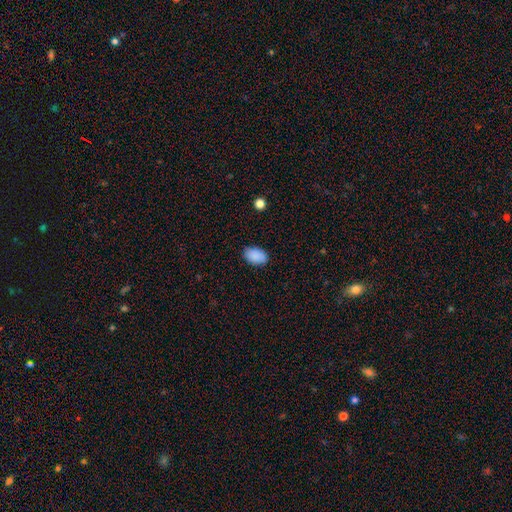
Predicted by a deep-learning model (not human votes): The model was most divided on "merging": none: 86%, minor disturbance: 11%, major disturbance: 2%, merger: 1%. More confident: how rounded — in between (90%); smooth or featured — smooth (90%).